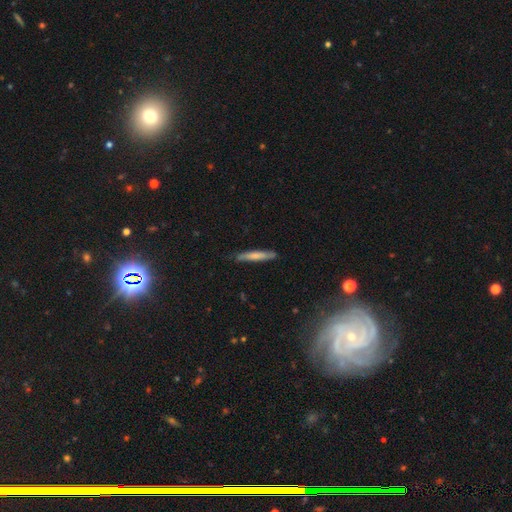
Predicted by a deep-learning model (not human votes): Q: Smooth or featured?
A: smooth (65%); runner-up: featured or disk (30%)
Q: How rounded?
A: cigar-shaped (94%); runner-up: in between (5%)
Q: Merging?
A: none (82%); runner-up: minor disturbance (14%)